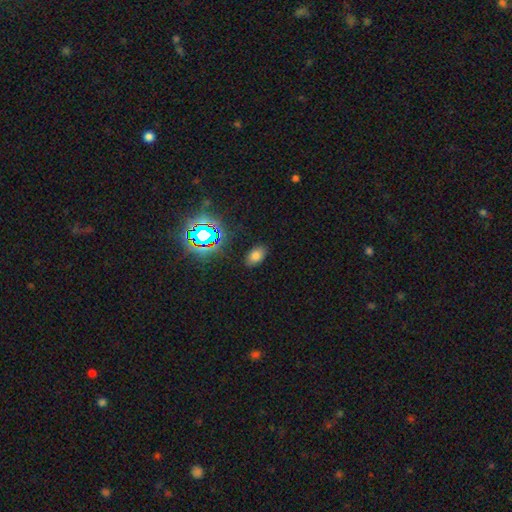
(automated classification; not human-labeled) This is likely a smooth galaxy (70%). How rounded: clearly in between (87%). Merging: clearly none (85%).